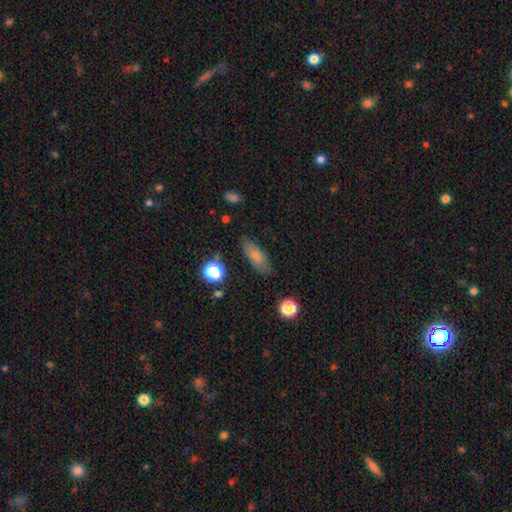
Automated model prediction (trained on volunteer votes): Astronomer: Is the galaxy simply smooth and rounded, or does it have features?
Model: smooth — 73%.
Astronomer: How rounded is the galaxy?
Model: in between — 67%.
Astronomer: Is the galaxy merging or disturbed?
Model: none — 78%.